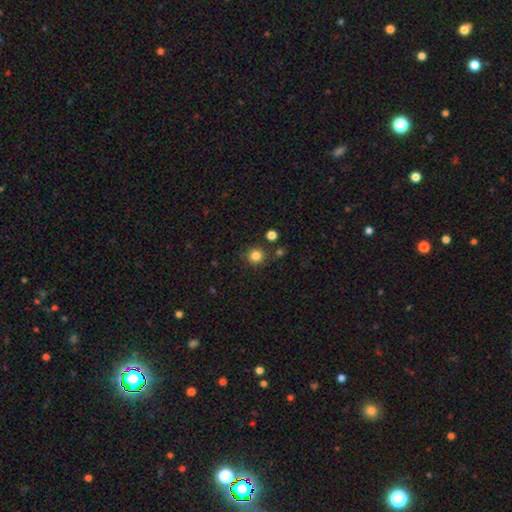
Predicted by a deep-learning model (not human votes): The model was most divided on "smooth or featured": smooth: 83%, star or artifact: 12%, featured or disk: 5%. More confident: how rounded — round (92%); merging — none (85%).